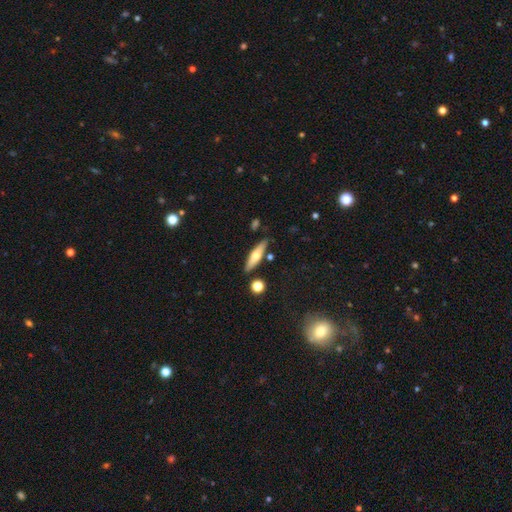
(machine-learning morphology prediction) smooth_or_featured: smooth (p=0.52) [alt: featured or disk p=0.41]
how_rounded: cigar-shaped (p=0.69) [alt: in between p=0.28]
merging: none (p=0.83) [alt: minor disturbance p=0.10]